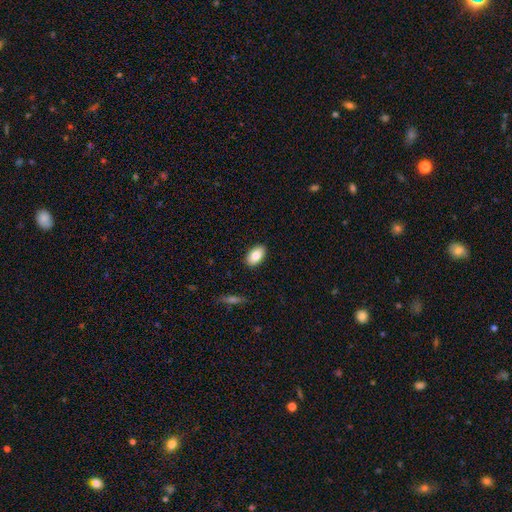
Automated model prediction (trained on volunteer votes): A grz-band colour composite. It shows a smooth galaxy with no disk features (84%) that is in between round and cigar-shaped (93%). Merging: none (89%).